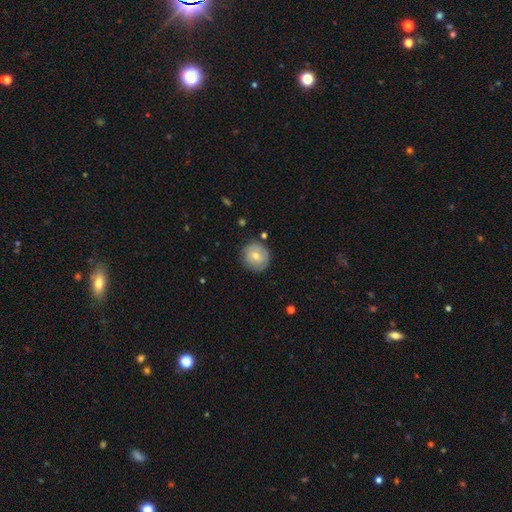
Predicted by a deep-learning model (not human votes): Smooth or featured: smooth — 55% (featured or disk — 37%)
How rounded: round — 90% (in between — 9%)
Merging: none — 84% (minor disturbance — 12%)